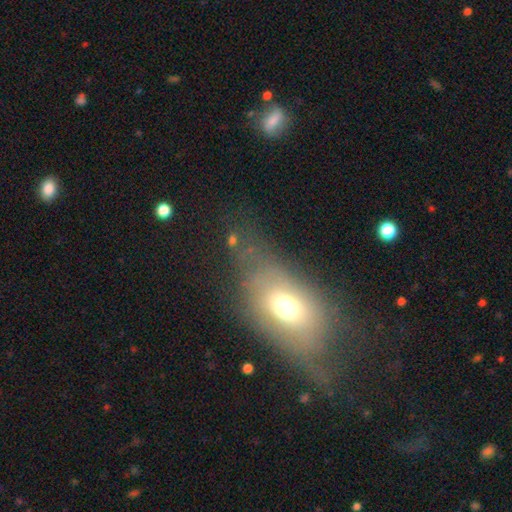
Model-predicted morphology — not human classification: A smooth galaxy with no disk features (46%).

Vote fractions:
- Smooth or featured? smooth: 46% / featured or disk: 38% / star or artifact: 16%
- Merging? none: 52% / minor disturbance: 25% / major disturbance: 19% / merger: 4%